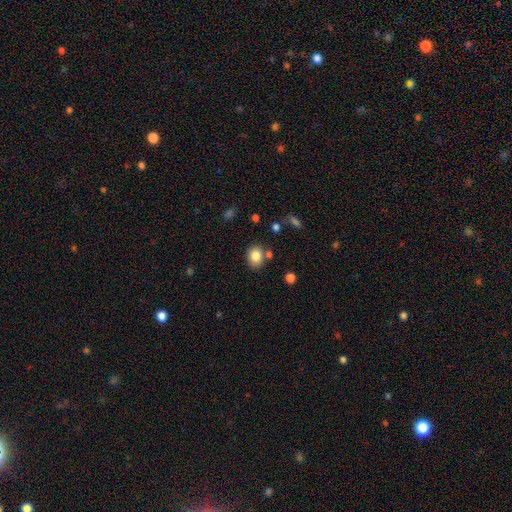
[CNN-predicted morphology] Overall: smooth (84%). How rounded: in between (50%; round 49%). Merging: none (76%).